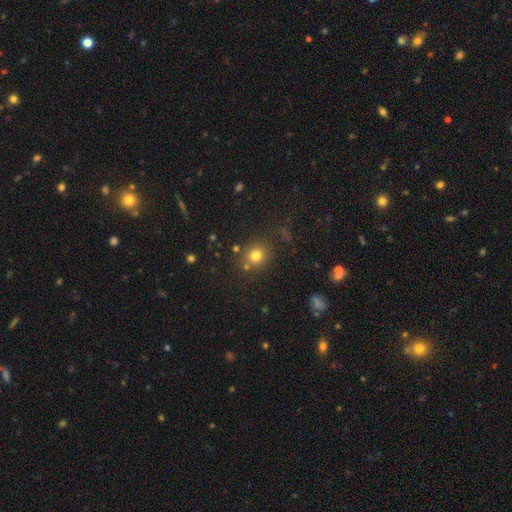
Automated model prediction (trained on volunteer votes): This is likely a smooth galaxy (77%). How rounded: clearly round (85%). Merging: likely none (78%).